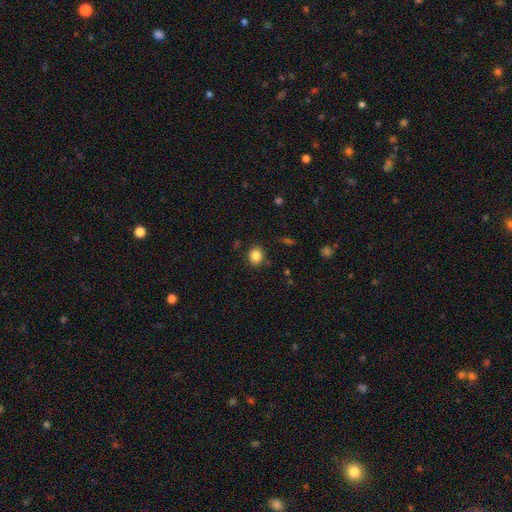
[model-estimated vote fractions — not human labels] A smooth galaxy with no disk features (85%) that is round (66%).

Vote fractions:
- Smooth or featured? smooth: 85% / star or artifact: 10% / featured or disk: 5%
- How rounded? round: 66% / in between: 33% / cigar-shaped: 1%
- Merging? none: 86% / minor disturbance: 10% / major disturbance: 3% / merger: 2%